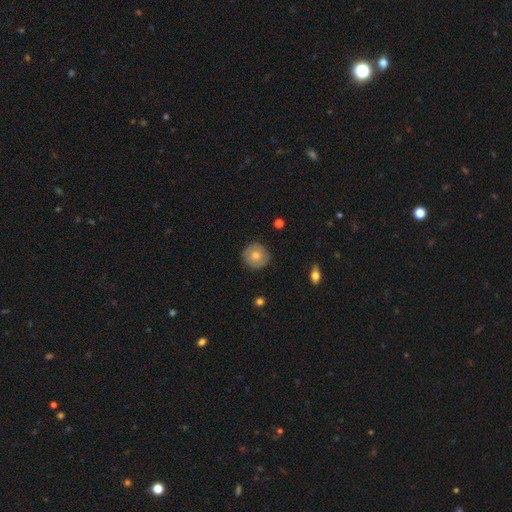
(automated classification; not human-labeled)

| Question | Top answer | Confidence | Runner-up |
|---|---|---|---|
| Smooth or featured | smooth | 69% | featured or disk (24%) |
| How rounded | round | 93% | in between (6%) |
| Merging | none | 87% | minor disturbance (10%) |